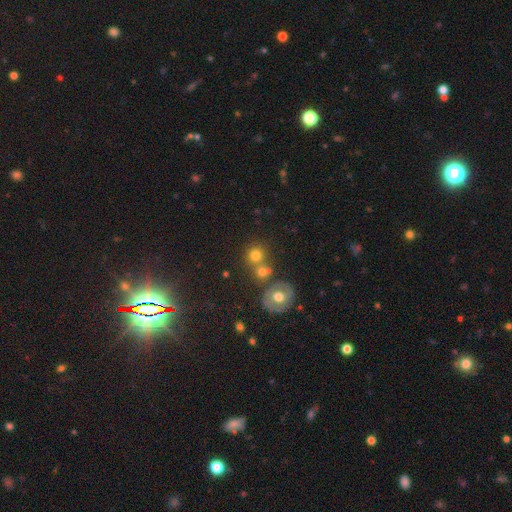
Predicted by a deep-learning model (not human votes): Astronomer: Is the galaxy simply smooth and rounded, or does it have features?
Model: smooth — 72%.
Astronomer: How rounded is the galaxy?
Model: round — 84%.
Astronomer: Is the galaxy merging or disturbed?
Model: none — 56%.